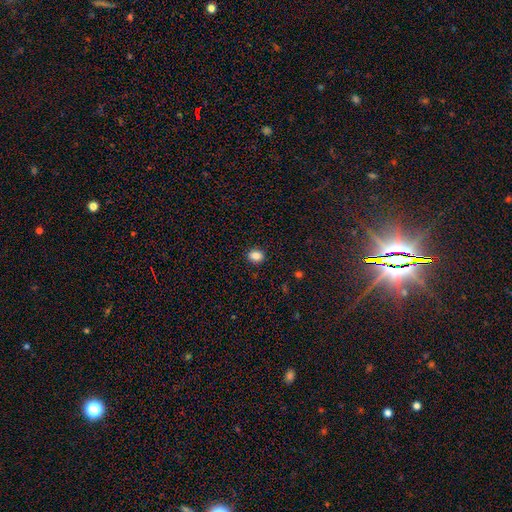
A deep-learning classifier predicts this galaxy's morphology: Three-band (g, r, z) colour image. It shows a smooth galaxy with no disk features (85%) that is round (56%). Merging: none (90%).